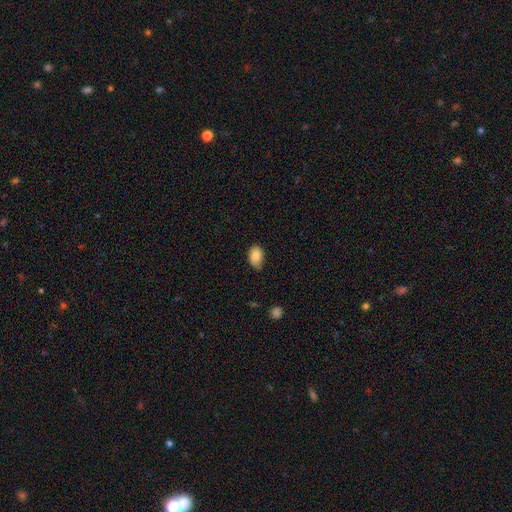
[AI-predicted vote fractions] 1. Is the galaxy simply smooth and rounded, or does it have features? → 86% smooth, 8% star or artifact, 7% featured or disk.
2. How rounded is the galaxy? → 84% in between, 15% round, 1% cigar-shaped.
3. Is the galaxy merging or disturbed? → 63% none, 31% minor disturbance, 4% major disturbance, 1% merger.